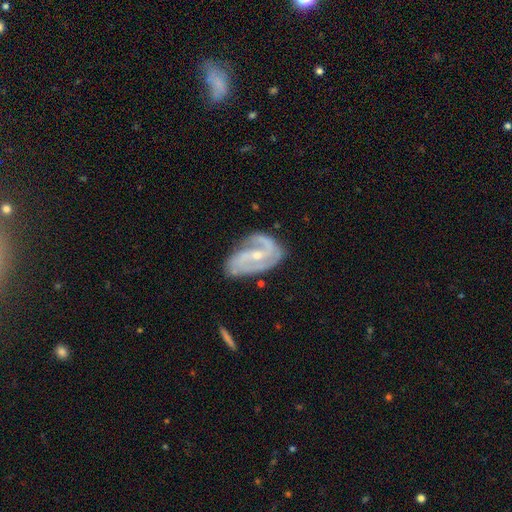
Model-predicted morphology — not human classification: This appears to be a featured or disk galaxy (86%) with a weak bar (42%), 2 (67%) medium (46%) spiral arms (95%) and a small central bulge (61%). Merging: none (56%).